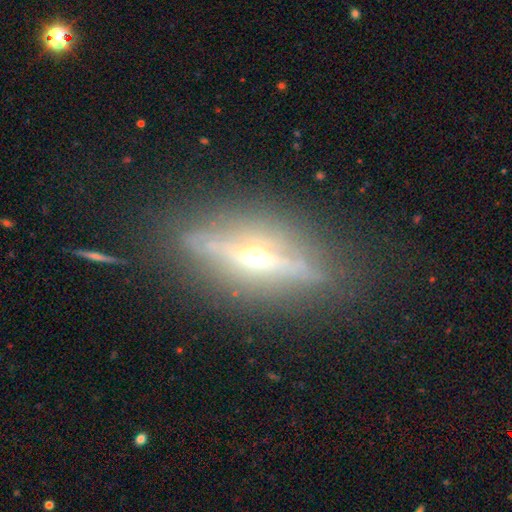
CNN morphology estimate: smooth-or-featured: featured or disk: 78% | smooth: 14% | star or artifact: 8%
  disk-edge-on: yes: 89% | no: 11%
    edge-on-bulge: rounded: 93% | none: 4% | boxy: 3%
  merging: none: 80% | minor disturbance: 13% | major disturbance: 6% | merger: 2%